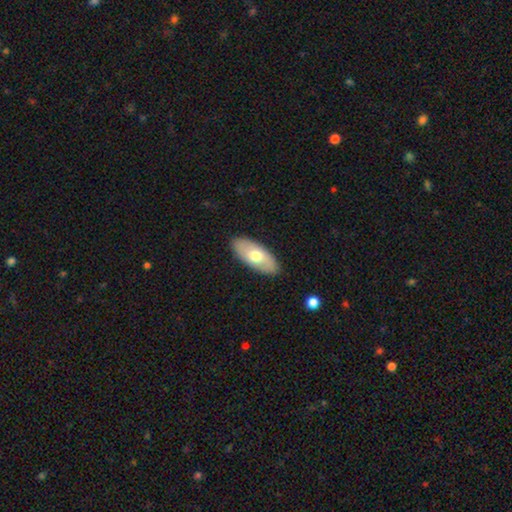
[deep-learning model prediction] Smooth or featured?
  - smooth: 64% *
  - featured or disk: 31%
  - star or artifact: 5%
How rounded?
  - in between: 89% *
  - cigar-shaped: 9%
  - round: 2%
Merging?
  - none: 88% *
  - minor disturbance: 9%
  - major disturbance: 2%
  - merger: 1%